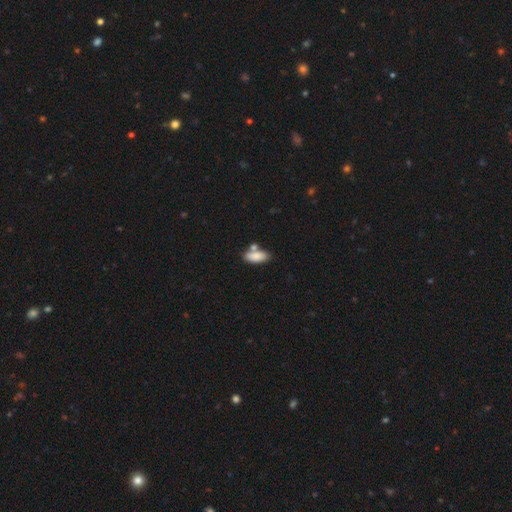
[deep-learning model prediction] Smooth or featured? Predicted: smooth (p=0.85). How rounded? Predicted: in between (p=0.80). Merging? Predicted: none (p=0.59).